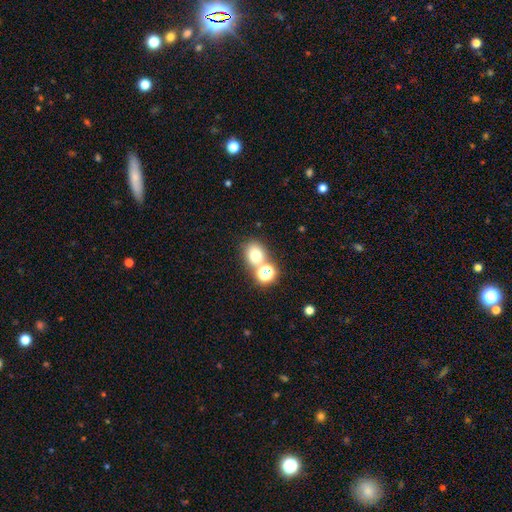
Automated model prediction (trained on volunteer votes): smooth-or-featured: smooth: 70% | star or artifact: 19% | featured or disk: 11%
  how-rounded: round: 70% | in between: 29% | cigar-shaped: 1%
  merging: none: 55% | merger: 33% | minor disturbance: 9% | major disturbance: 4%